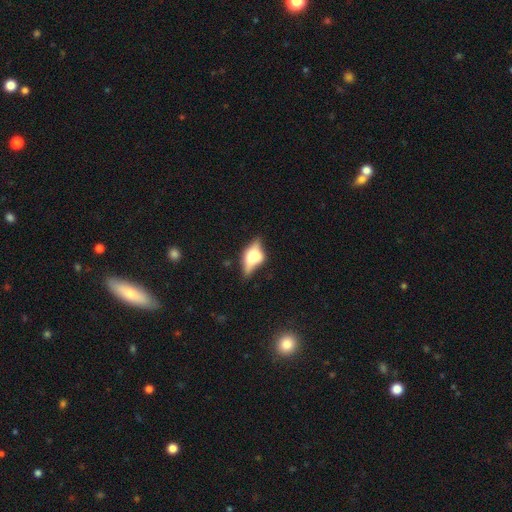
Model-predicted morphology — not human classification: smooth-or-featured: featured or disk: 51% | smooth: 39% | star or artifact: 10%
  disk-edge-on: yes: 80% | no: 20%
  merging: none: 53% | minor disturbance: 26% | major disturbance: 14% | merger: 7%